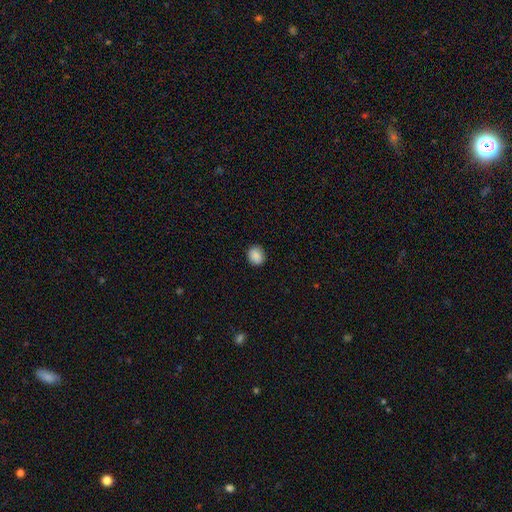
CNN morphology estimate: A smooth galaxy with no disk features (89%) that is round (75%). Merging: none (89%).